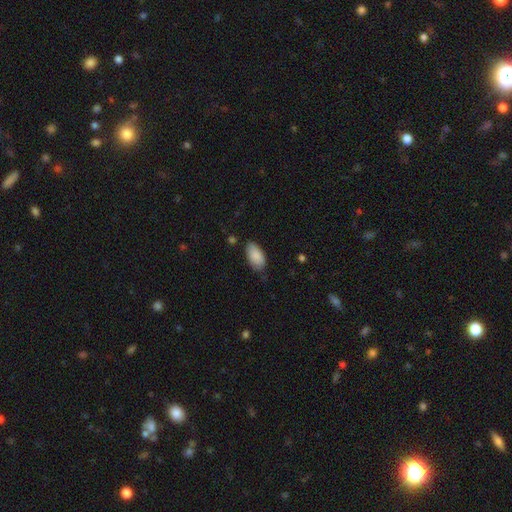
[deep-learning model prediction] Morphology: type=smooth (88%); roundness=in between (94%); merging=none (74%).